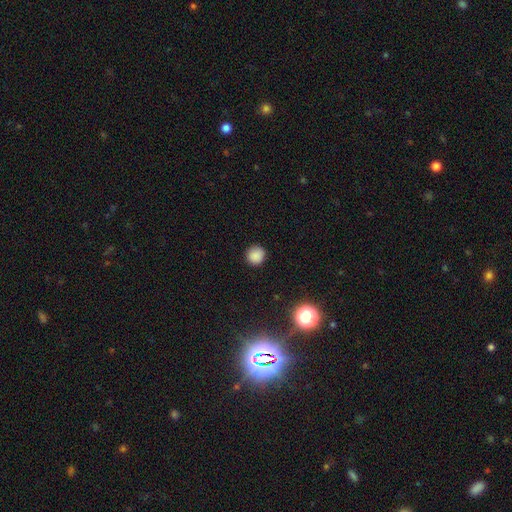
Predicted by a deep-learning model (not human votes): Overall: smooth (85%). How rounded: round (93%). Merging: none (90%).